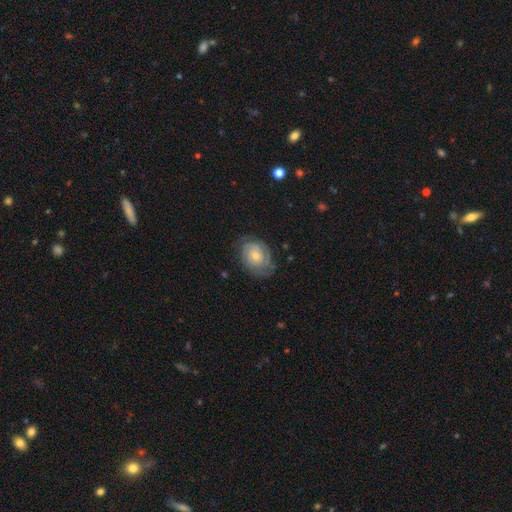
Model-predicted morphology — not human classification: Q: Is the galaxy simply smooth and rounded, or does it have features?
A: featured or disk — 77%.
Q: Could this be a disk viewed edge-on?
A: no — 97%.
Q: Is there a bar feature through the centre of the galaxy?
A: no — 75%.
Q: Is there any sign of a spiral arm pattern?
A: yes — 92%.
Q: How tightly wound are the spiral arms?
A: tight — 72%.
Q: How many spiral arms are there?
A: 2 — 38%.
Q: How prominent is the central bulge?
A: small — 51%.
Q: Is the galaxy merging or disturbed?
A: none — 70%.